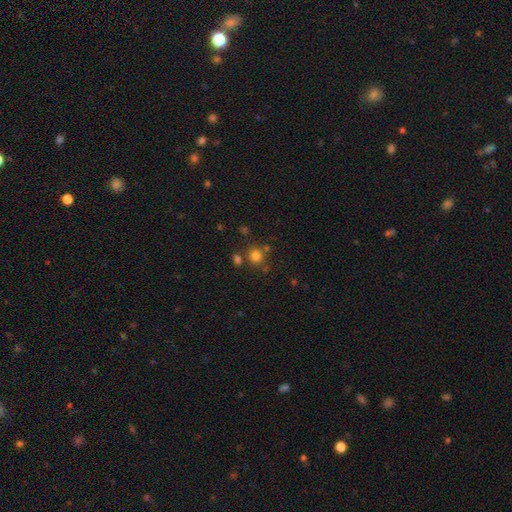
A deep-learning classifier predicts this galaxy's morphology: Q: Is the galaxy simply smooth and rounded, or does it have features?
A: smooth — 77%.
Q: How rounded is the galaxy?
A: round — 88%.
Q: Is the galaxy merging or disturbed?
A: none — 74%.